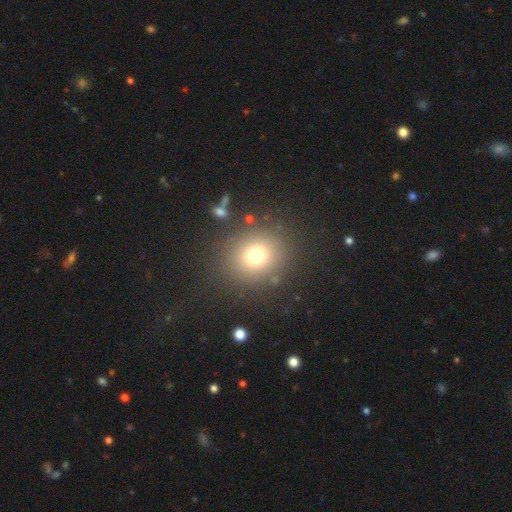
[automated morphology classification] Smooth or featured?
  - smooth: 72% *
  - star or artifact: 18%
  - featured or disk: 10%
How rounded?
  - round: 83% *
  - in between: 16%
  - cigar-shaped: 1%
Merging?
  - none: 84% *
  - minor disturbance: 8%
  - major disturbance: 5%
  - merger: 3%